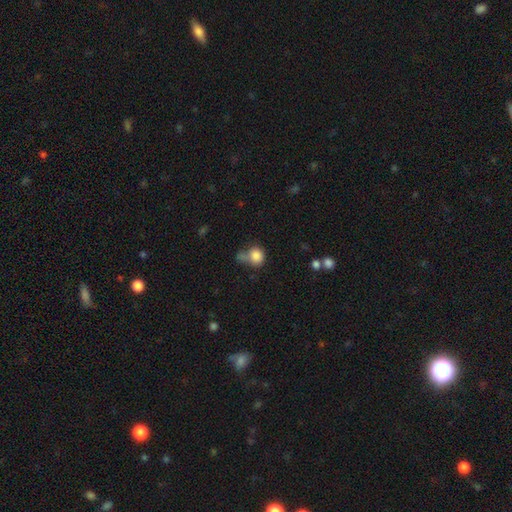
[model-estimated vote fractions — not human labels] A smooth galaxy with no disk features (84%) that is round (73%).

Vote fractions:
- Smooth or featured? smooth: 84% / star or artifact: 9% / featured or disk: 7%
- How rounded? round: 73% / in between: 26% / cigar-shaped: 1%
- Merging? none: 41% / merger: 27% / minor disturbance: 20% / major disturbance: 12%